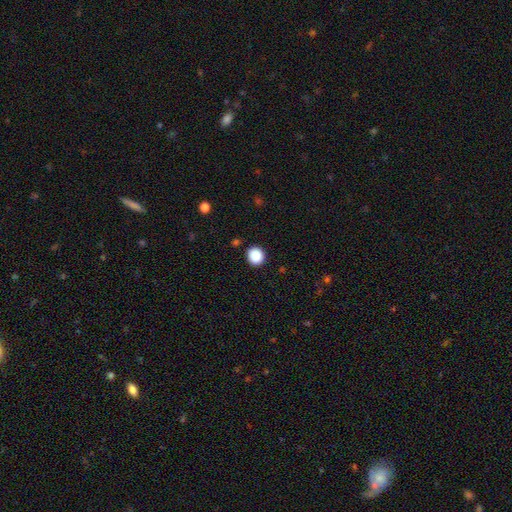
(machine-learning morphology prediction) This appears to be a smooth galaxy with no disk features (88%) that is round (88%). Merging: none (91%).